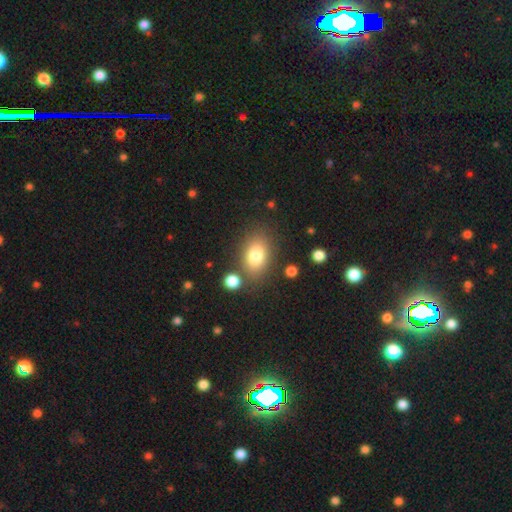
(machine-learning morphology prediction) A smooth galaxy with no disk features (79%) that is in between round and cigar-shaped (79%).

Vote fractions:
- Smooth or featured? smooth: 79% / featured or disk: 11% / star or artifact: 10%
- How rounded? in between: 79% / round: 19% / cigar-shaped: 2%
- Merging? none: 77% / minor disturbance: 12% / merger: 7% / major disturbance: 4%